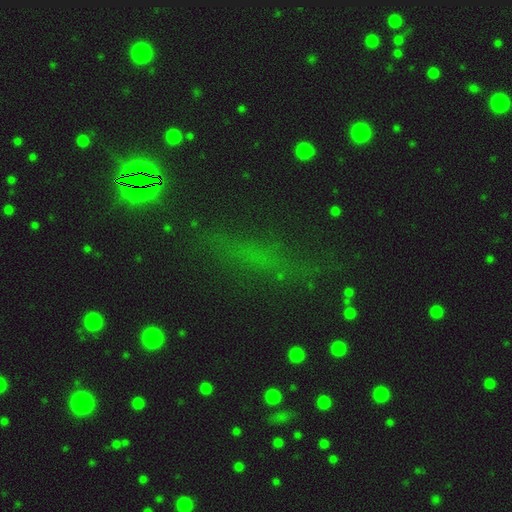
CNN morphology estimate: smooth-or-featured: star or artifact: 53% | smooth: 33% | featured or disk: 14%